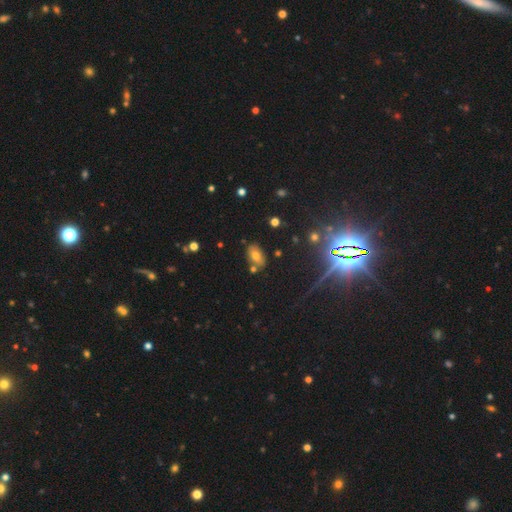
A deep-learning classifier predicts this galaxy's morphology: This appears to be a smooth galaxy with no disk features (66%) that is in between round and cigar-shaped (89%). Merging: none (74%).